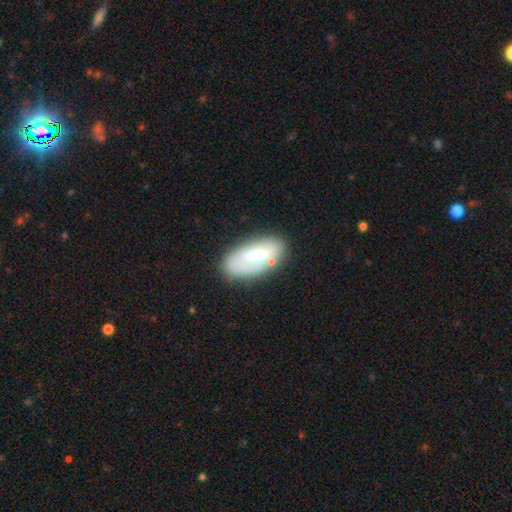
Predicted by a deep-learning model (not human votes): smooth_or_featured: smooth (p=0.55) [alt: featured or disk p=0.38]
how_rounded: in between (p=0.87) [alt: cigar-shaped p=0.10]
merging: none (p=0.68) [alt: minor disturbance p=0.20]